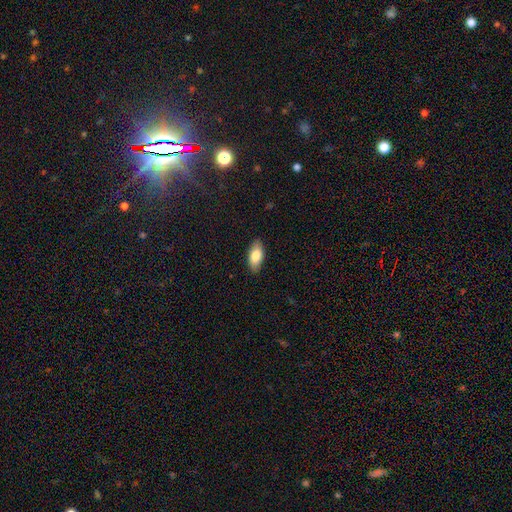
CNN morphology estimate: This is clearly a smooth galaxy (81%). How rounded: clearly in between (90%). Merging: clearly none (88%).